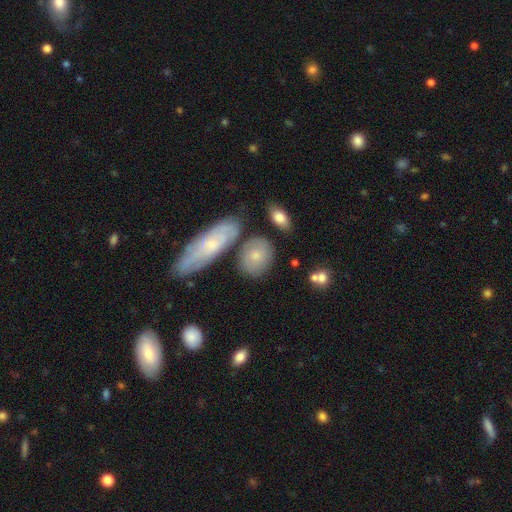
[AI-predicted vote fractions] This appears to be a smooth galaxy with no disk features (68%) that is round (48%, tied with in between). Merging: none (69%).